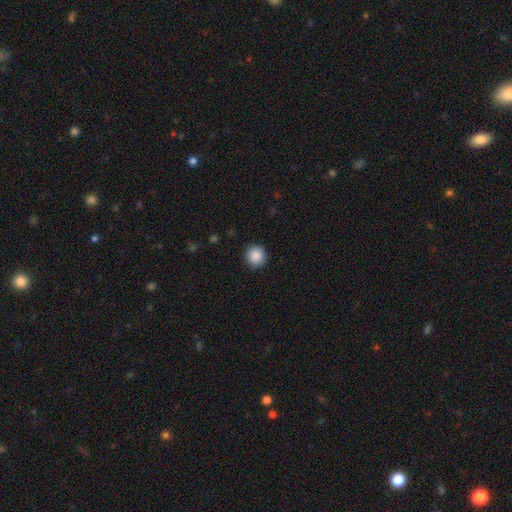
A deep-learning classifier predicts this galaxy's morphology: smooth_or_featured: smooth (p=0.89) [alt: star or artifact p=0.09]
how_rounded: round (p=0.94) [alt: in between p=0.05]
merging: none (p=0.91) [alt: minor disturbance p=0.06]